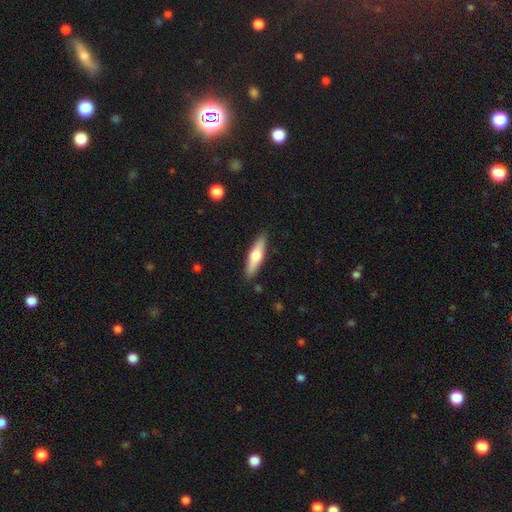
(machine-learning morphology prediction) Smooth or featured: smooth — 54% (featured or disk — 40%)
How rounded: cigar-shaped — 70% (in between — 29%)
Merging: none — 88% (minor disturbance — 9%)